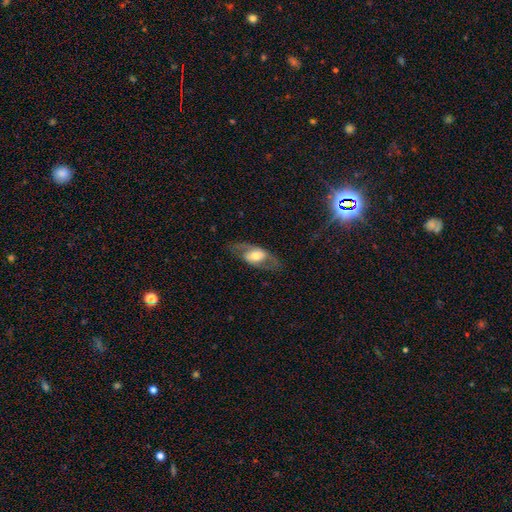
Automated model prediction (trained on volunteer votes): Morphology: type=featured or disk (57%); edge-on=no (82%); merging=none (73%).